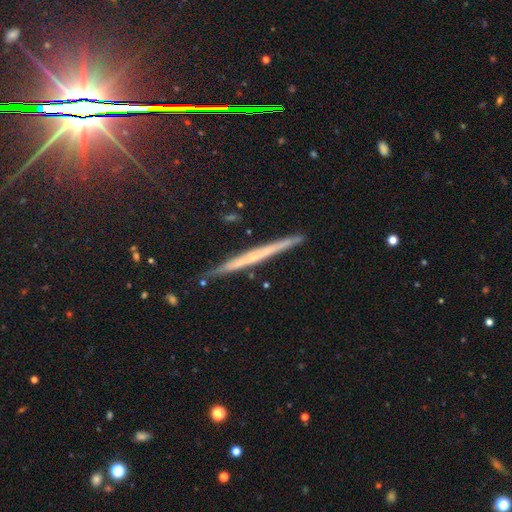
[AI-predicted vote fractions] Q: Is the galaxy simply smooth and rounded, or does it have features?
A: featured or disk — 56%.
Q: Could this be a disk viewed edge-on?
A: yes — 97%.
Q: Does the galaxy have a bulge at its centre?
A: none — 83%.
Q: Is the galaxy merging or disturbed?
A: none — 89%.